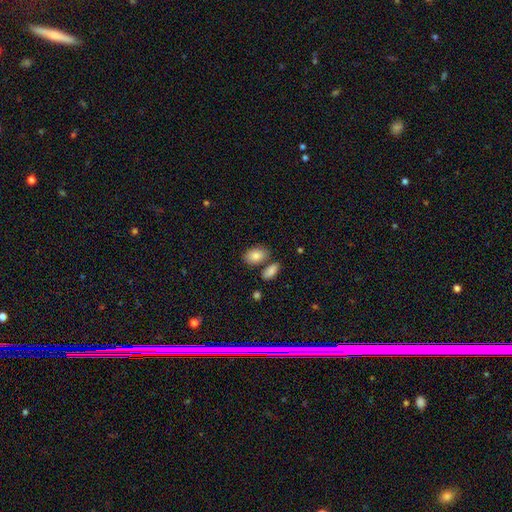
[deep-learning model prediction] Overall: smooth (85%). How rounded: in between (89%). Merging: none (68%).